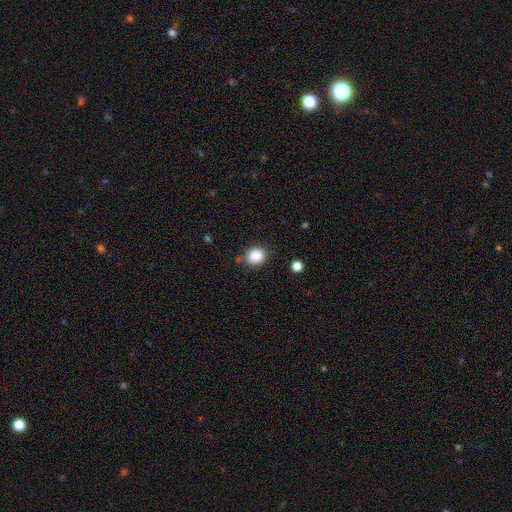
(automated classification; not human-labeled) A smooth galaxy with no disk features (86%) that is round (76%).

Vote fractions:
- Smooth or featured? smooth: 86% / star or artifact: 10% / featured or disk: 4%
- How rounded? round: 76% / in between: 23% / cigar-shaped: 1%
- Merging? none: 80% / minor disturbance: 12% / merger: 4% / major disturbance: 3%